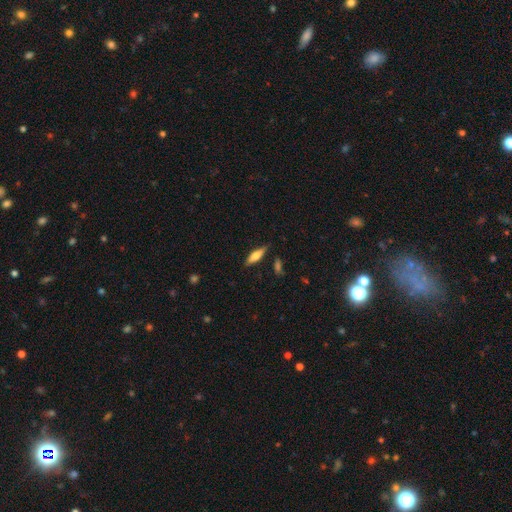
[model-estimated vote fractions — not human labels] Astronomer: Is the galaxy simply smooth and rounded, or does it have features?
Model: smooth — 59% (runner-up: featured or disk, 35%).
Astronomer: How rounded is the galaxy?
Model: cigar-shaped — 59% (runner-up: in between, 39%).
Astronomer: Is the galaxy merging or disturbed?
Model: none — 80%.